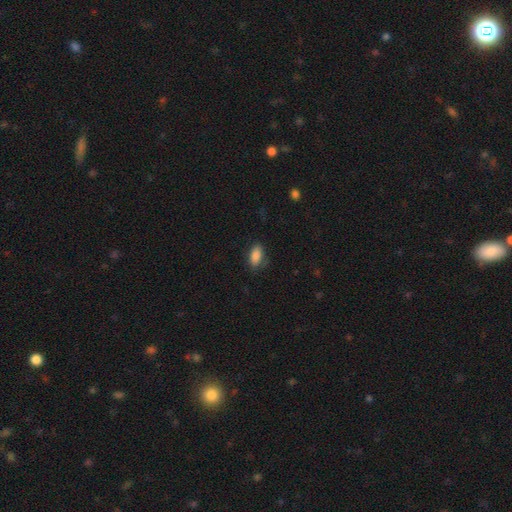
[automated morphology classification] Smooth or featured? smooth (86%)
How rounded? in between (89%)
Merging? none (76%)